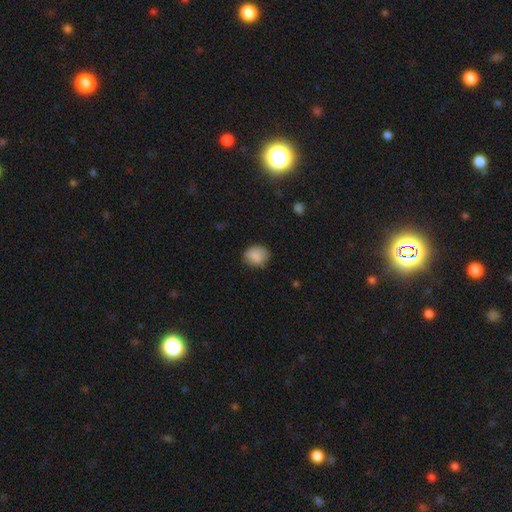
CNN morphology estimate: type=smooth (85%); roundness=round (53%); merging=none (72%).